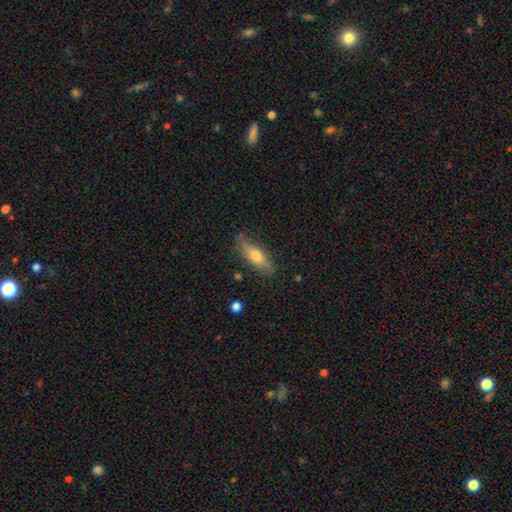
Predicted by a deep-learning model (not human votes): A smooth galaxy with no disk features (56%) that is cigar-shaped (53%). Merging: none (78%).